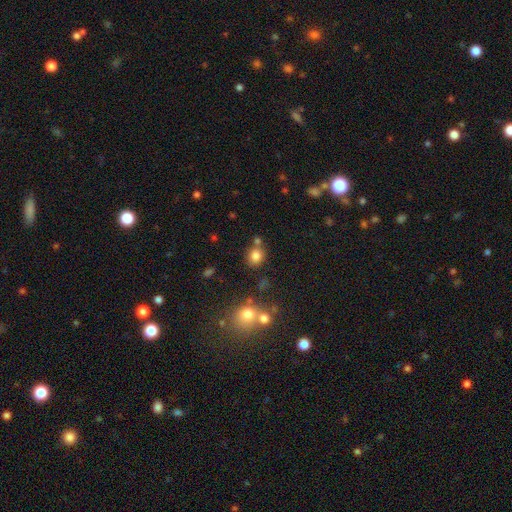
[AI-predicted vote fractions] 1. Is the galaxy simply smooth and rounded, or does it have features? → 79% smooth, 14% star or artifact, 7% featured or disk.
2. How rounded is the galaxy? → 73% round, 26% in between, 1% cigar-shaped.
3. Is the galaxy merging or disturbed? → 70% none, 15% merger, 11% minor disturbance, 4% major disturbance.